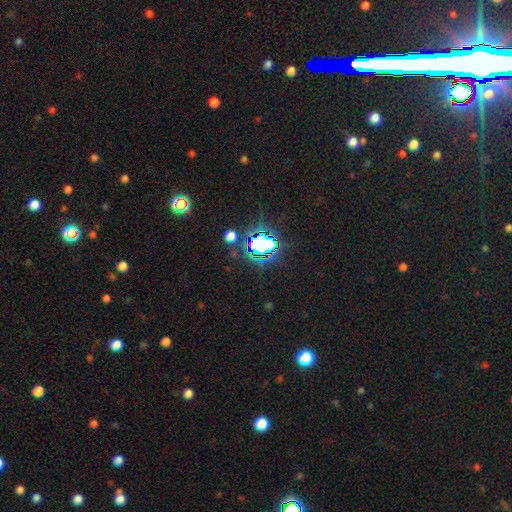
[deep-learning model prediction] Smooth or featured?
  - star or artifact: 80% *
  - smooth: 13%
  - featured or disk: 7%